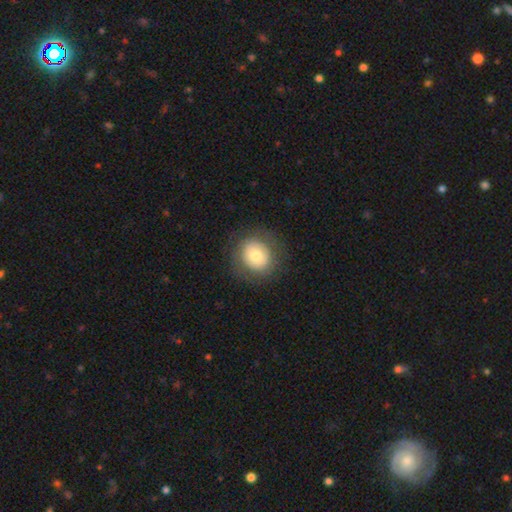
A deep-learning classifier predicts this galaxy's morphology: smooth_or_featured: smooth (p=0.67) [alt: featured or disk p=0.24]
how_rounded: round (p=0.82) [alt: in between p=0.17]
merging: none (p=0.84) [alt: minor disturbance p=0.10]